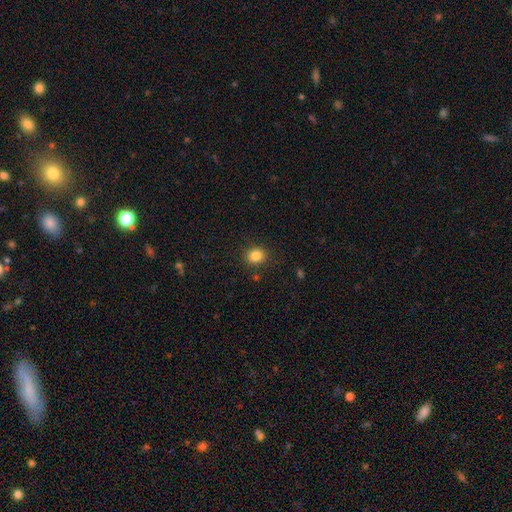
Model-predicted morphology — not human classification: smooth-or-featured: smooth: 85% | star or artifact: 11% | featured or disk: 4%
  how-rounded: round: 78% | in between: 21% | cigar-shaped: 1%
  merging: none: 88% | minor disturbance: 8% | major disturbance: 3% | merger: 2%